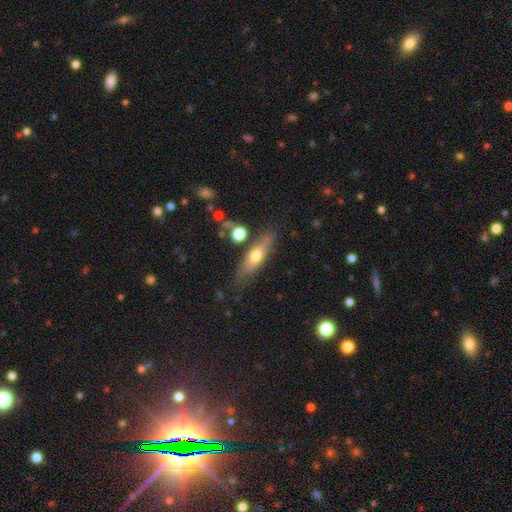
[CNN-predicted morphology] smooth 53%, featured or disk 40%, star or artifact 7%. Down the decision tree: how rounded — cigar-shaped (56%); merging — none (72%).